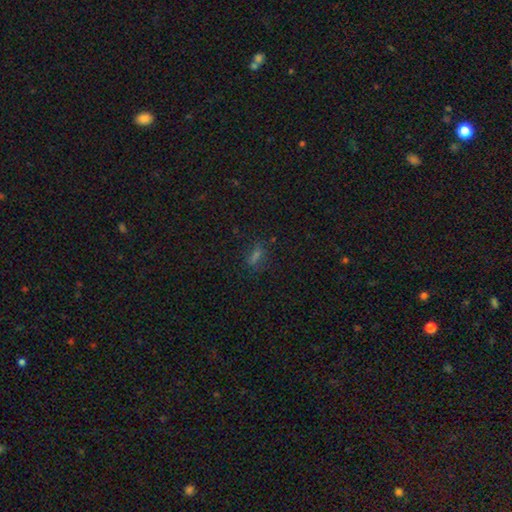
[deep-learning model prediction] A smooth galaxy with no disk features (45%). Merging: none (76%).